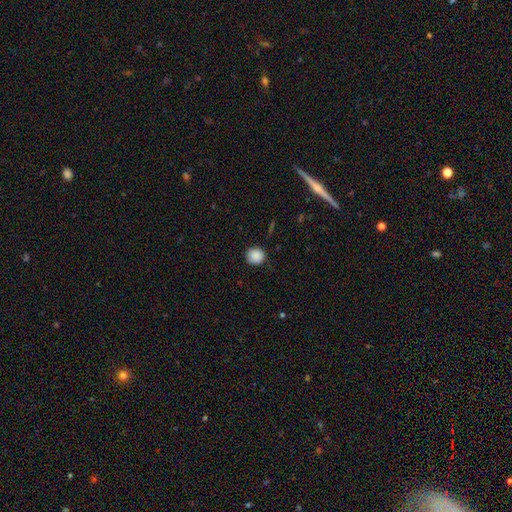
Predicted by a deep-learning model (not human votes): Smooth or featured: smooth — 88% (star or artifact — 9%)
How rounded: round — 91% (in between — 8%)
Merging: none — 89% (minor disturbance — 8%)